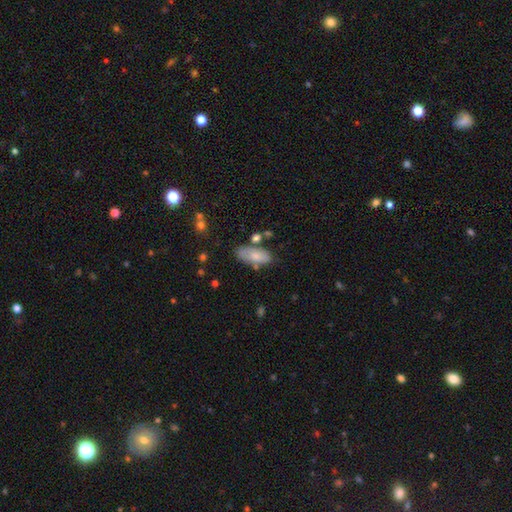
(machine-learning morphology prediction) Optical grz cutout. It shows a smooth galaxy with no disk features (76%) that is in between round and cigar-shaped (87%). Merging: none (65%).